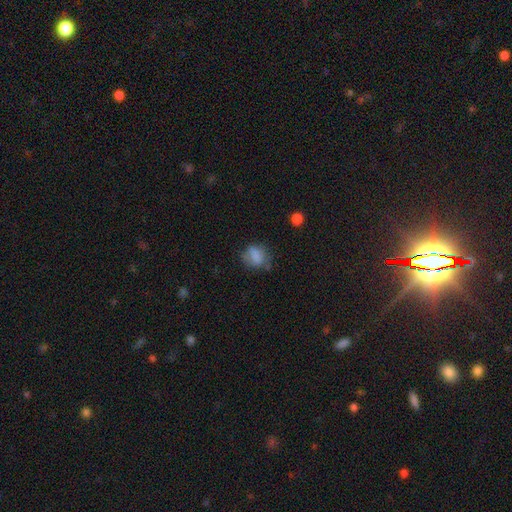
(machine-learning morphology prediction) Smooth or featured: smooth — 75% (featured or disk — 14%)
How rounded: in between — 50% (round — 49%)
Merging: none — 54% (minor disturbance — 29%)